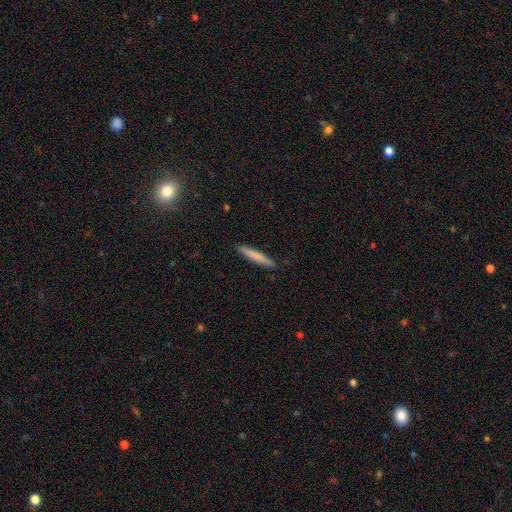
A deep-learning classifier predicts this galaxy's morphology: Smooth or featured? smooth (76%)
How rounded? cigar-shaped (95%)
Merging? none (91%)